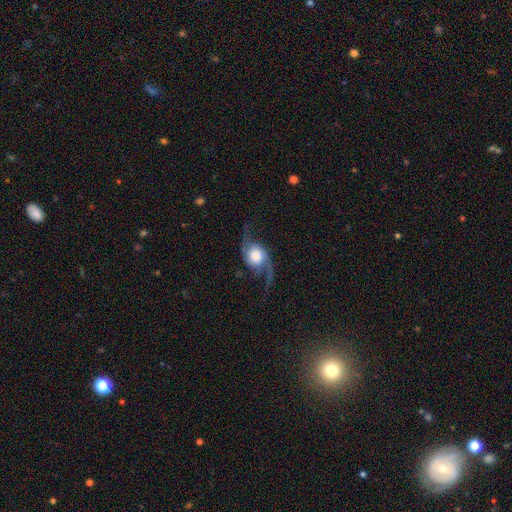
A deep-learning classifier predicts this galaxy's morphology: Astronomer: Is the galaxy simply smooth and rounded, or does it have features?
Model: featured or disk — 85%.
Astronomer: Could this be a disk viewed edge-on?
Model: no — 96%.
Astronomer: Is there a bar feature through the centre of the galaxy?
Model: no — 72%.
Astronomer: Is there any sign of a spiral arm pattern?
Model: yes — 97%.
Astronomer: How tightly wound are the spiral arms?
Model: loose — 78%.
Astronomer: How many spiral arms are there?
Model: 2 — 94%.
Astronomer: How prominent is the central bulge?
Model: large — 47% (runner-up: dominant, 29%).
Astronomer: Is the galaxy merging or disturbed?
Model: none — 71%.